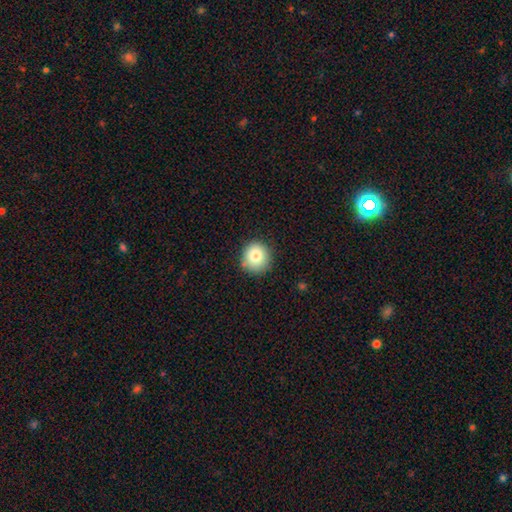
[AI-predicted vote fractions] Smooth or featured? smooth (82%)
How rounded? round (89%)
Merging? none (85%)